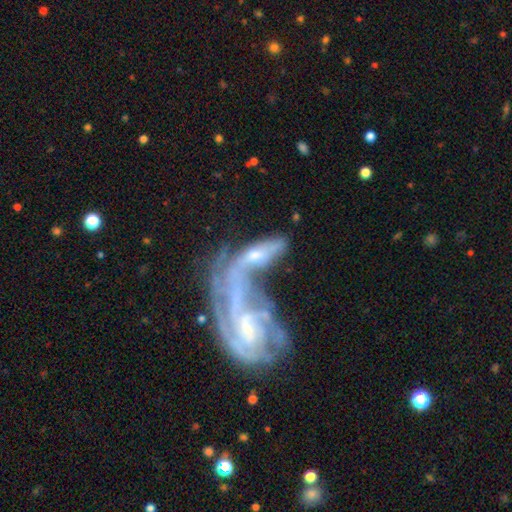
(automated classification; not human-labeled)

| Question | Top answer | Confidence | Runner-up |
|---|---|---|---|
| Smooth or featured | featured or disk | 76% | smooth (16%) |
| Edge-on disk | no | 91% | yes (9%) |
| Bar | no | 56% | weak (32%) |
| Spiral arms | yes | 81% | no (19%) |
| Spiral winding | tight | 46% | medium (34%) |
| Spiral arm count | can't tell | 40% | 2 (28%) |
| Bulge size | small | 53% | moderate (30%) |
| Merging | merger | 70% | none (12%) |